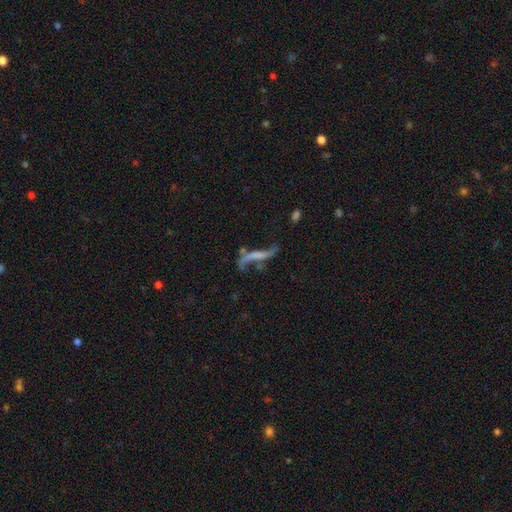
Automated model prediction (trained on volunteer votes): smooth_or_featured: featured or disk (p=0.67) [alt: smooth p=0.23]
disk_edge_on: no (p=0.72) [alt: yes p=0.28]
merging: none (p=0.42) [alt: major disturbance p=0.24]